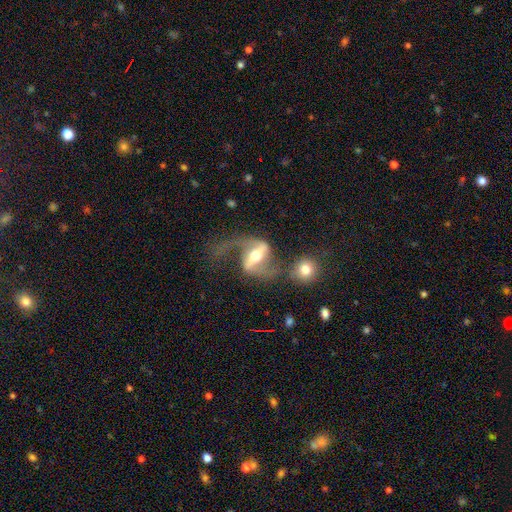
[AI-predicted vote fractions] A featured or disk galaxy (87%) with a strong bar (66%), 2 (88%) loose (74%) spiral arms (92%) and a moderate central bulge (67%). Merging: none (45%).